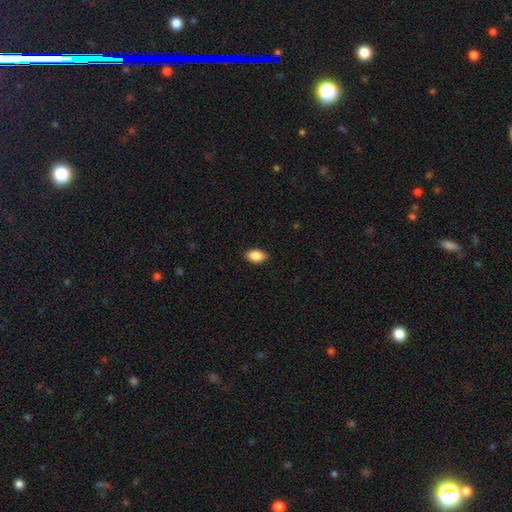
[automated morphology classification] Smooth or featured: smooth — 89% (star or artifact — 7%)
How rounded: in between — 92% (round — 6%)
Merging: none — 87% (minor disturbance — 10%)